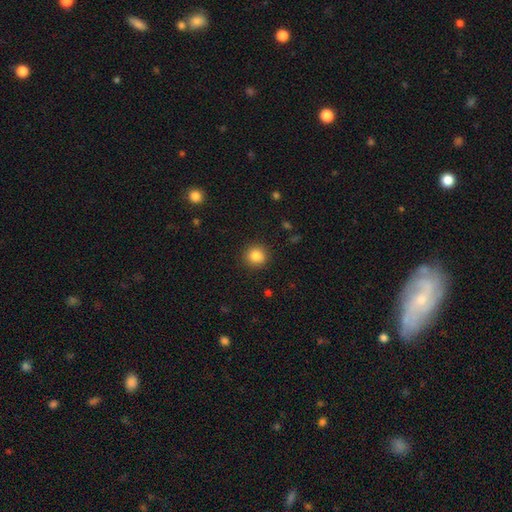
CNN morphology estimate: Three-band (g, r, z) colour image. It shows a smooth galaxy with no disk features (85%) that is round (90%). Merging: none (89%).